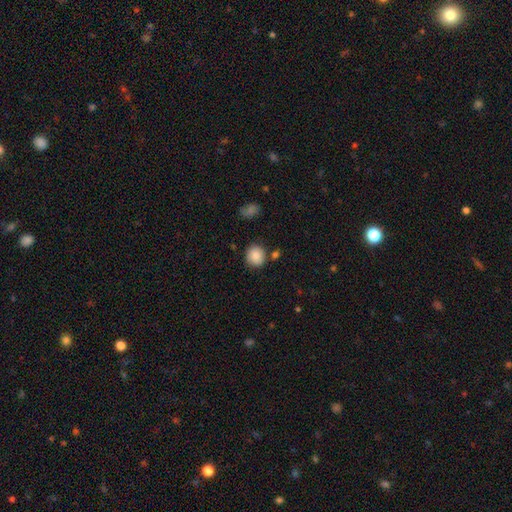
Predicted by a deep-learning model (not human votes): smooth 85%, star or artifact 9%, featured or disk 7%. Down the decision tree: how rounded — round (86%); merging — none (82%).